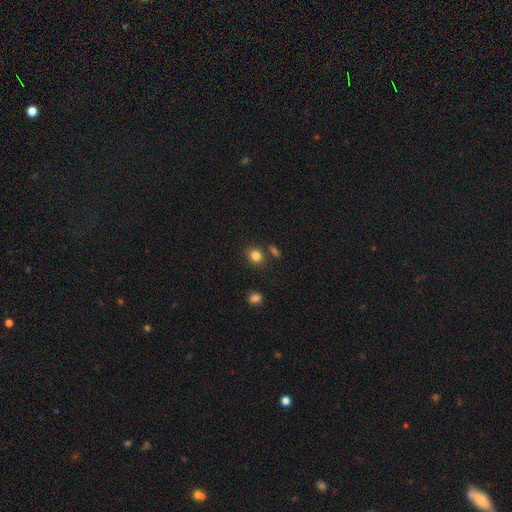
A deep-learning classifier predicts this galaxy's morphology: Overall: smooth (83%). How rounded: round (63%; in between 36%). Merging: none (79%).